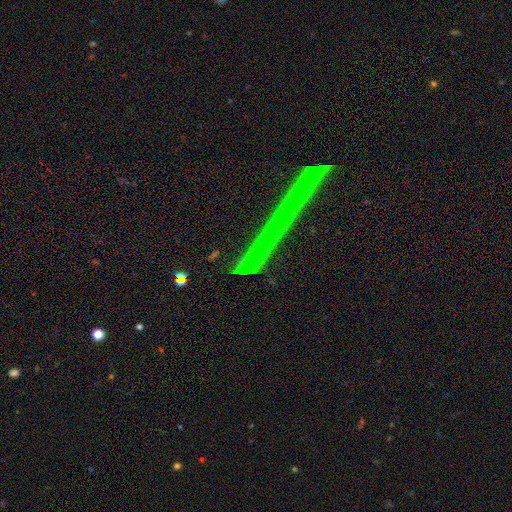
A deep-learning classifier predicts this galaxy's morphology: The model was most divided on "smooth or featured": star or artifact: 78%, featured or disk: 14%, smooth: 8%.